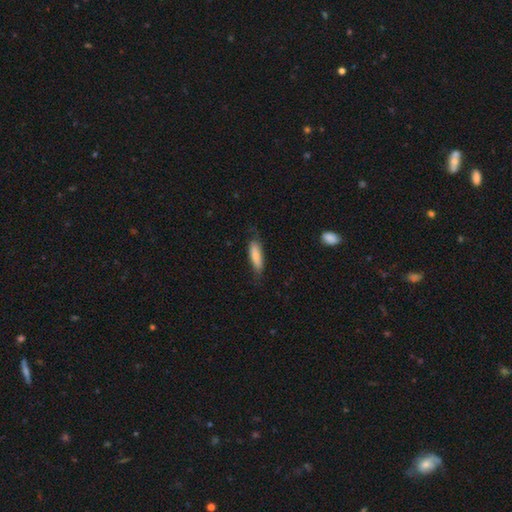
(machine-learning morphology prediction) Smooth or featured?
  - smooth: 81% *
  - featured or disk: 14%
  - star or artifact: 6%
How rounded?
  - cigar-shaped: 57% *
  - in between: 41%
  - round: 2%
Merging?
  - none: 71% *
  - minor disturbance: 22%
  - major disturbance: 6%
  - merger: 1%